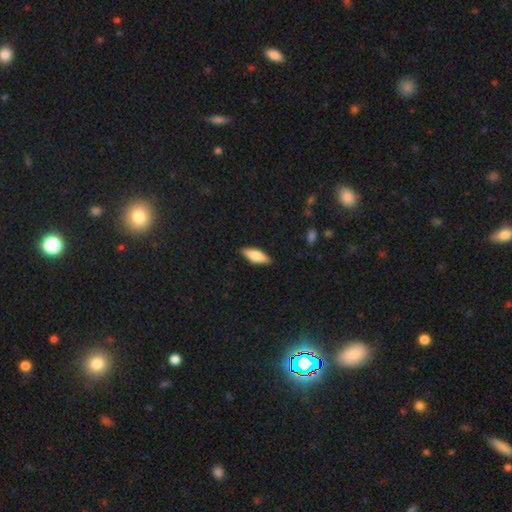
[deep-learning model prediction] smooth-or-featured: smooth: 68% | featured or disk: 26% | star or artifact: 6%
  how-rounded: in between: 62% | cigar-shaped: 36% | round: 2%
  merging: none: 87% | minor disturbance: 10% | major disturbance: 2% | merger: 1%